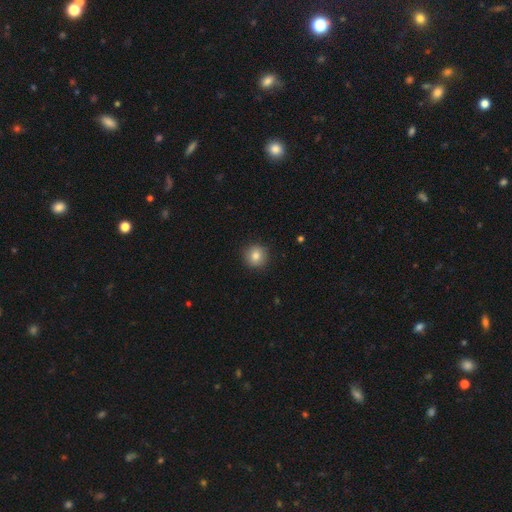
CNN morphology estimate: smooth_or_featured: smooth (p=0.83) [alt: star or artifact p=0.10]
how_rounded: round (p=0.92) [alt: in between p=0.07]
merging: none (p=0.90) [alt: minor disturbance p=0.08]